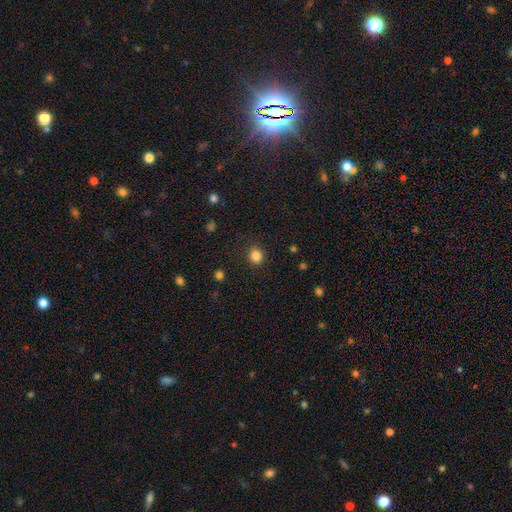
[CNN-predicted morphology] This is clearly a smooth galaxy (85%). How rounded: clearly round (86%). Merging: clearly none (89%).